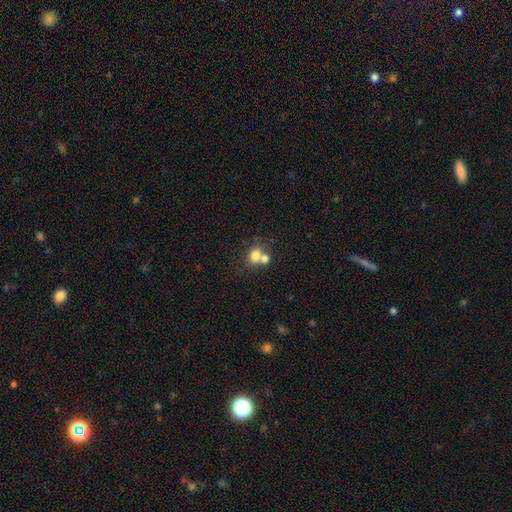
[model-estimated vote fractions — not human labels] smooth-or-featured: smooth: 76% | star or artifact: 12% | featured or disk: 12%
  how-rounded: round: 60% | in between: 39% | cigar-shaped: 1%
  merging: merger: 45% | none: 43% | minor disturbance: 8% | major disturbance: 4%